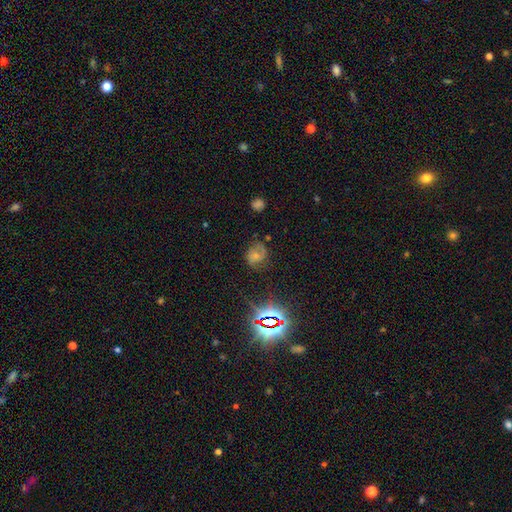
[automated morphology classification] Smooth or featured? Predicted: featured or disk (p=0.43). Merging? Predicted: none (p=0.61).